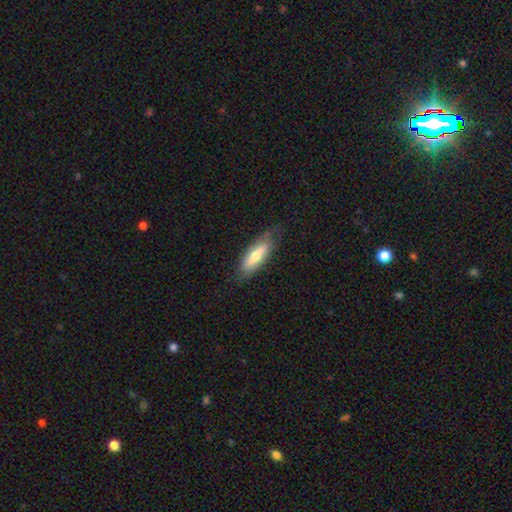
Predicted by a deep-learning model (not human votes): A smooth galaxy with no disk features (58%) that is in between round and cigar-shaped (50%).

Vote fractions:
- Smooth or featured? smooth: 58% / featured or disk: 36% / star or artifact: 6%
- How rounded? in between: 50% / cigar-shaped: 48% / round: 2%
- Merging? none: 69% / minor disturbance: 23% / major disturbance: 7% / merger: 1%